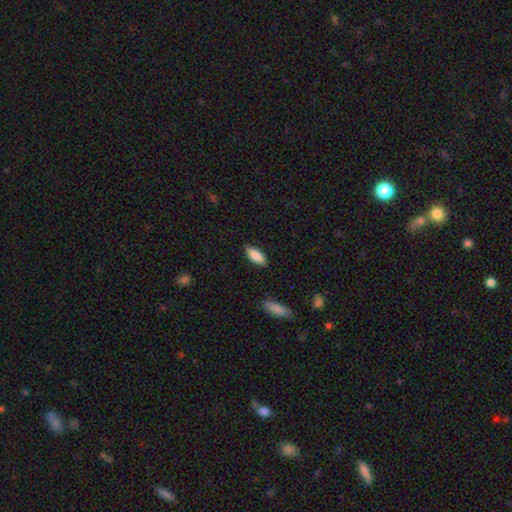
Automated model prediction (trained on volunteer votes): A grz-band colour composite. It shows a smooth galaxy with no disk features (87%) that is in between round and cigar-shaped (75%). Merging: none (86%).